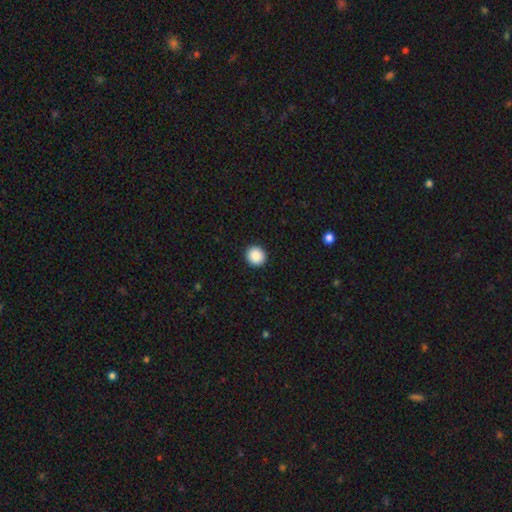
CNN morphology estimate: smooth 90%, star or artifact 8%, featured or disk 2%. Down the decision tree: how rounded — round (90%); merging — none (93%).